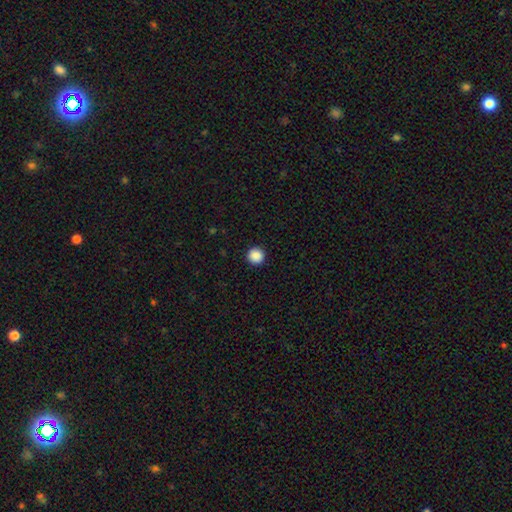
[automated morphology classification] smooth_or_featured: smooth (p=0.89) [alt: star or artifact p=0.09]
how_rounded: round (p=0.95) [alt: in between p=0.04]
merging: none (p=0.93) [alt: minor disturbance p=0.04]